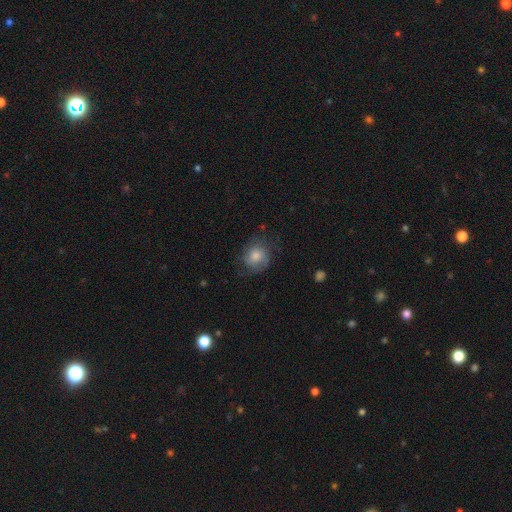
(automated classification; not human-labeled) A smooth galaxy with no disk features (51%) that is round (73%).

Vote fractions:
- Smooth or featured? smooth: 51% / featured or disk: 38% / star or artifact: 11%
- How rounded? round: 73% / in between: 26% / cigar-shaped: 1%
- Merging? none: 66% / minor disturbance: 21% / major disturbance: 11% / merger: 1%